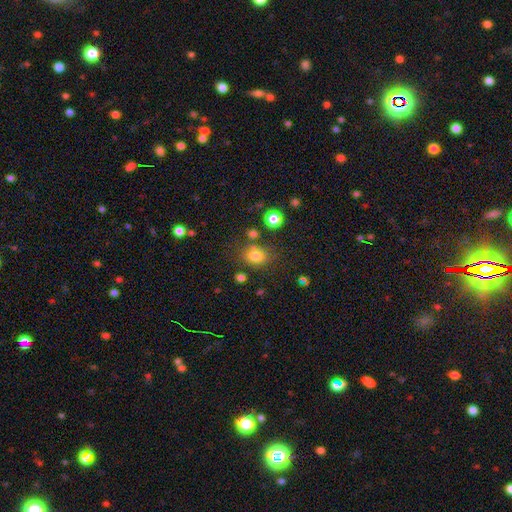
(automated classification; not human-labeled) Morphology: type=smooth (77%); roundness=in between (58%); merging=none (65%).